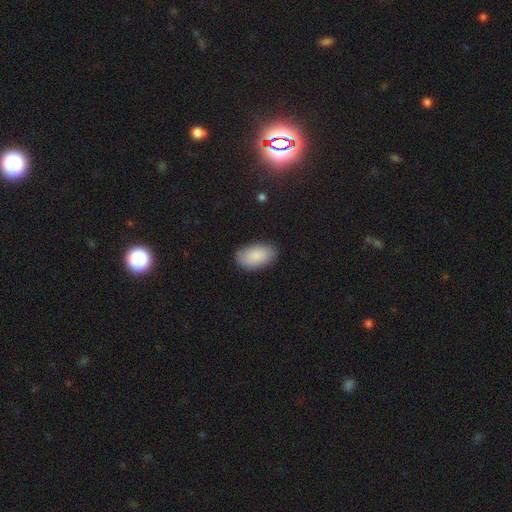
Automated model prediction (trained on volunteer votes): Overall: smooth (85%). How rounded: in between (94%). Merging: none (83%).